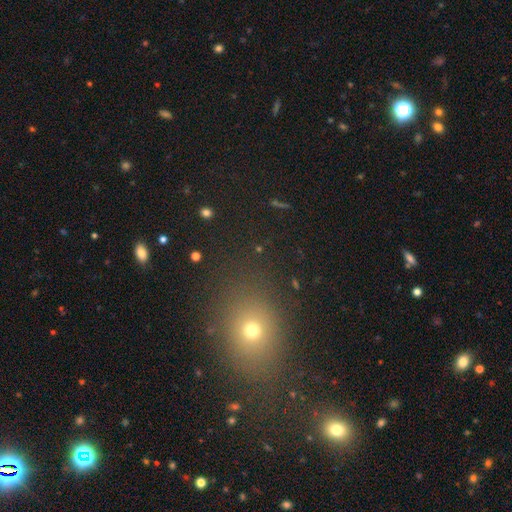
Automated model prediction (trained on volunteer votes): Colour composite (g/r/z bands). It shows a smooth galaxy with no disk features (52%) that is round (49%). Merging: none (84%).